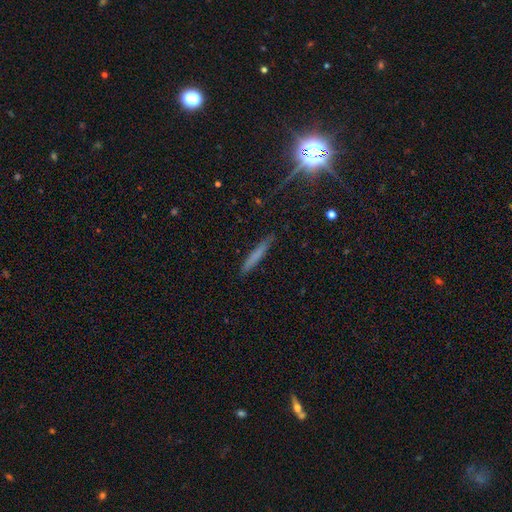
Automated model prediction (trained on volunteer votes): smooth-or-featured: smooth: 68% | featured or disk: 22% | star or artifact: 10%
  how-rounded: cigar-shaped: 95% | in between: 3% | round: 1%
  merging: none: 89% | minor disturbance: 8% | major disturbance: 2% | merger: 1%